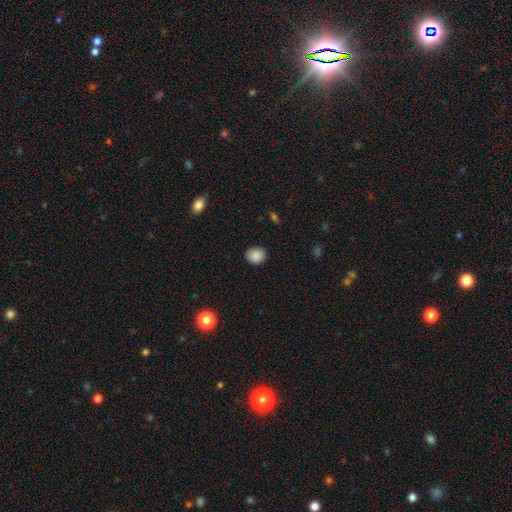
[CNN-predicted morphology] Smooth or featured? Predicted: smooth (p=0.88). How rounded? Predicted: round (p=0.73). Merging? Predicted: none (p=0.88).